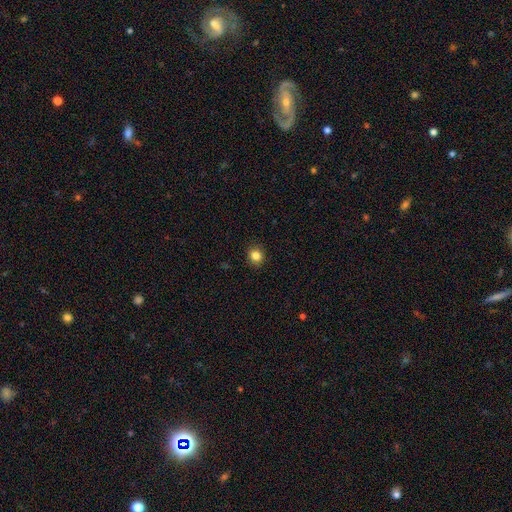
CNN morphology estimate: This appears to be a smooth galaxy with no disk features (84%) that is round (86%). Merging: none (91%).